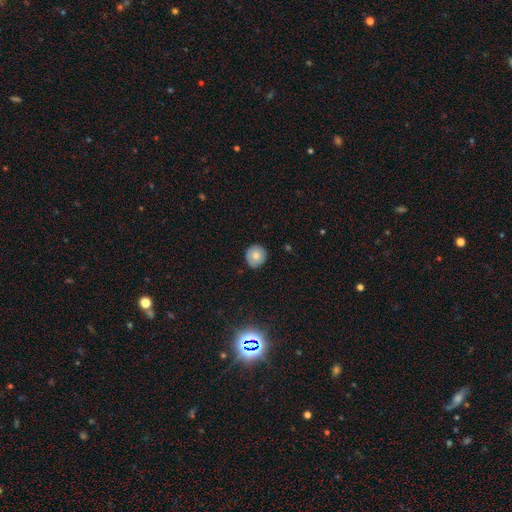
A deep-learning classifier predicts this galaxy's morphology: Smooth or featured?
  - smooth: 76% *
  - featured or disk: 15%
  - star or artifact: 9%
How rounded?
  - round: 92% *
  - in between: 7%
  - cigar-shaped: 1%
Merging?
  - none: 84% *
  - minor disturbance: 13%
  - major disturbance: 2%
  - merger: 1%